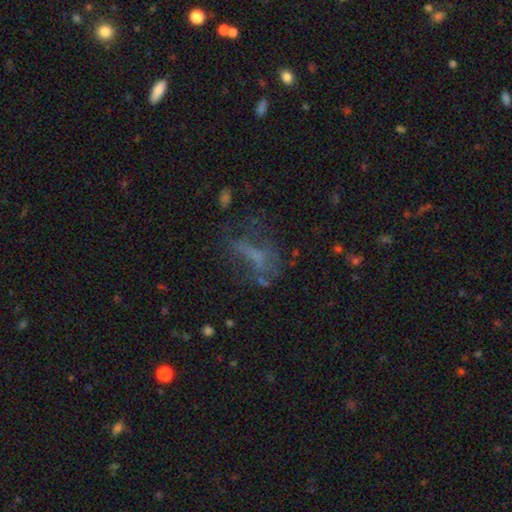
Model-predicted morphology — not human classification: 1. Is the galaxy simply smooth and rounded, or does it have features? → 40% featured or disk, 35% smooth, 26% star or artifact.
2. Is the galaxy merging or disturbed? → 40% none, 36% major disturbance, 18% minor disturbance, 5% merger.